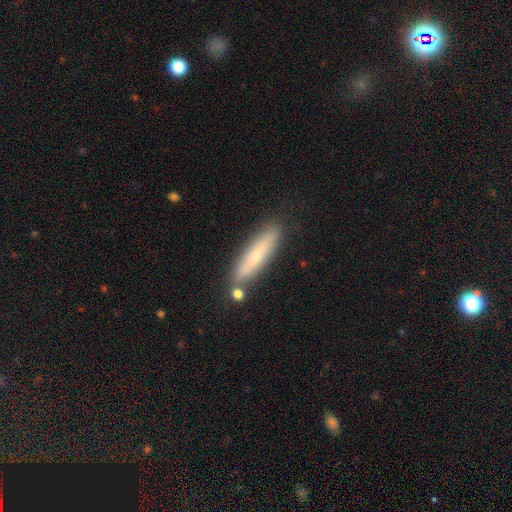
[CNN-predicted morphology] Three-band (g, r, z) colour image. It shows a smooth galaxy with no disk features (63%) that is cigar-shaped (84%). Merging: none (79%).